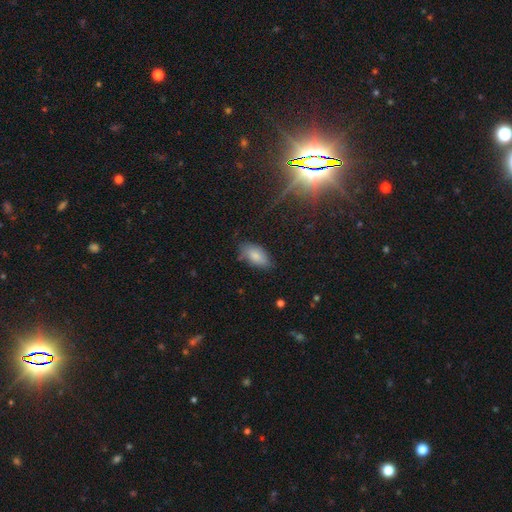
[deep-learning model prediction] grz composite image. It shows a smooth galaxy with no disk features (81%) that is in between round and cigar-shaped (92%). Merging: none (72%).